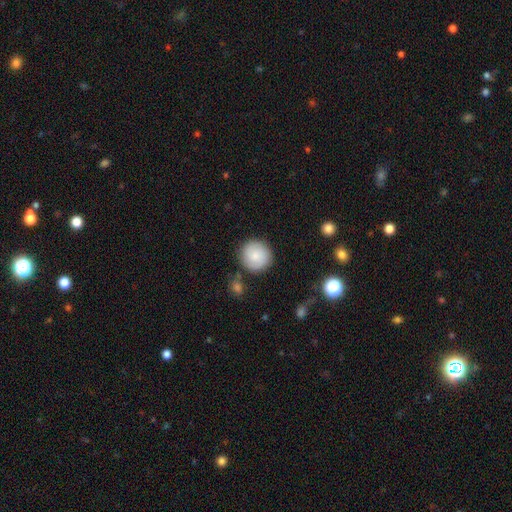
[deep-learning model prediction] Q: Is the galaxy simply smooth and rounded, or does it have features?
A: smooth — 82%.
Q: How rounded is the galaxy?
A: round — 90%.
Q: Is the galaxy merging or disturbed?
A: none — 83%.